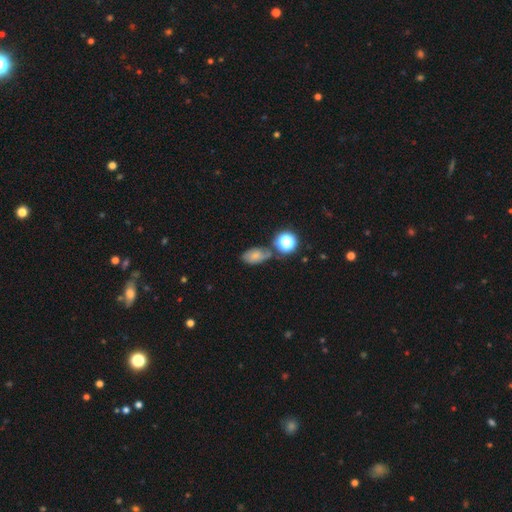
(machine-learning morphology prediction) smooth_or_featured: smooth (p=0.62) [alt: featured or disk p=0.20]
how_rounded: in between (p=0.83) [alt: round p=0.15]
merging: none (p=0.54) [alt: minor disturbance p=0.24]